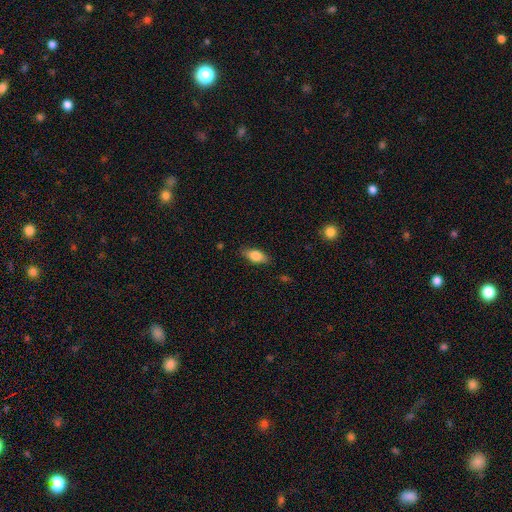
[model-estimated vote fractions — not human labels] This appears to be a smooth galaxy with no disk features (77%) that is in between round and cigar-shaped (81%). Merging: none (83%).